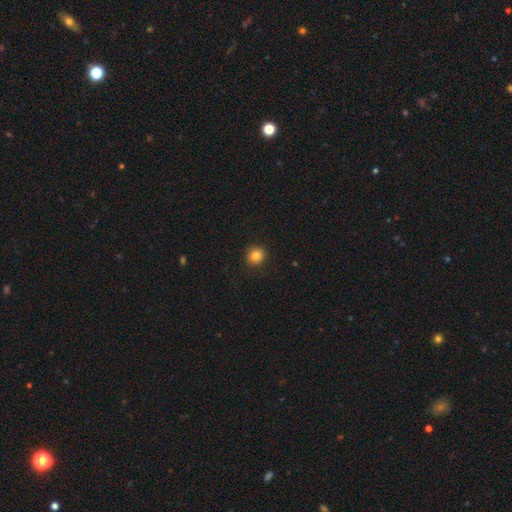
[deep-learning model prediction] A smooth galaxy with no disk features (84%) that is round (90%). Merging: none (91%).